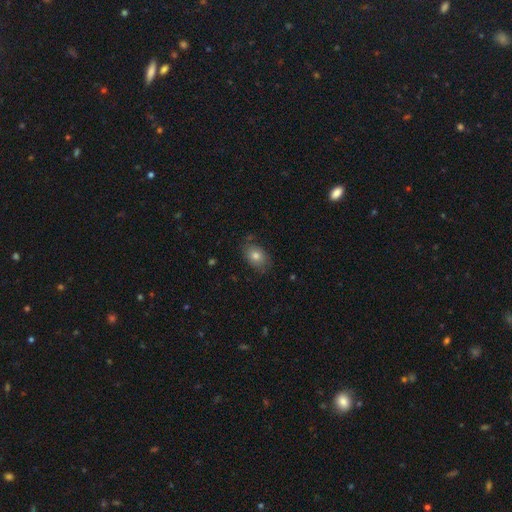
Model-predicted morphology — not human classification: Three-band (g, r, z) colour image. It shows a smooth galaxy with no disk features (78%) that is in between round and cigar-shaped (76%). Merging: none (78%).